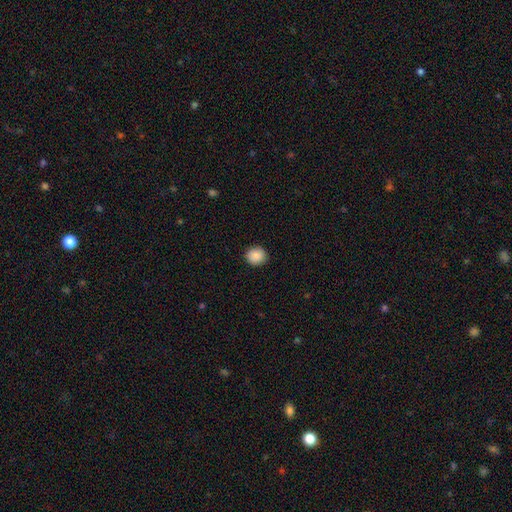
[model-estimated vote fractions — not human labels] smooth-or-featured: smooth: 88% | star or artifact: 8% | featured or disk: 4%
  how-rounded: round: 88% | in between: 11% | cigar-shaped: 1%
  merging: none: 91% | minor disturbance: 6% | major disturbance: 2% | merger: 1%